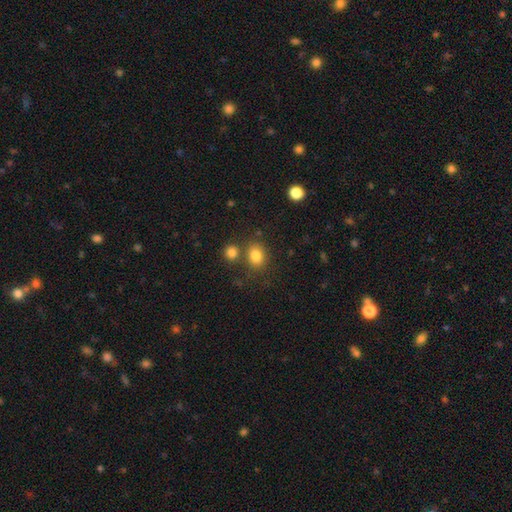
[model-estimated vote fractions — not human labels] This appears to be a smooth galaxy with no disk features (82%) that is round (50%). Merging: none (68%).